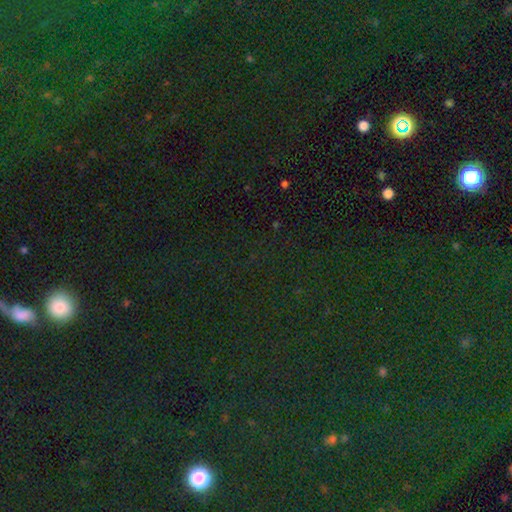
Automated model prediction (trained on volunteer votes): The model was most divided on "smooth or featured": star or artifact: 80%, smooth: 13%, featured or disk: 7%.